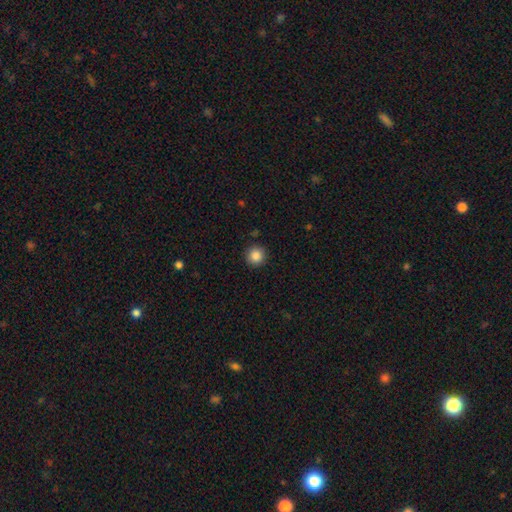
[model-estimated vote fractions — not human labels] smooth 86%, star or artifact 10%, featured or disk 4%. Down the decision tree: how rounded — round (95%); merging — none (92%).